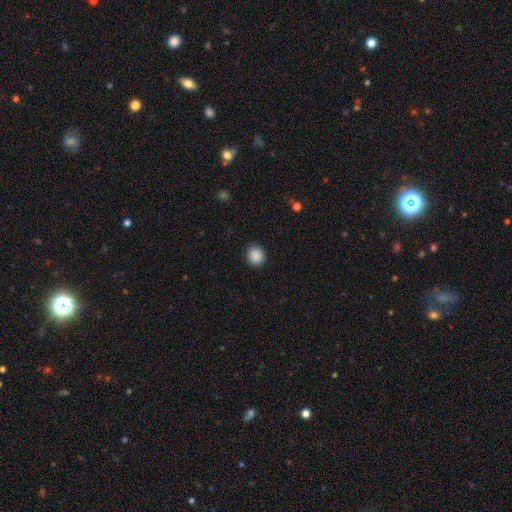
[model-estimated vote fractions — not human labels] smooth-or-featured: smooth: 89% | star or artifact: 9% | featured or disk: 2%
  how-rounded: round: 79% | in between: 21% | cigar-shaped: 1%
  merging: none: 90% | minor disturbance: 7% | major disturbance: 2% | merger: 1%